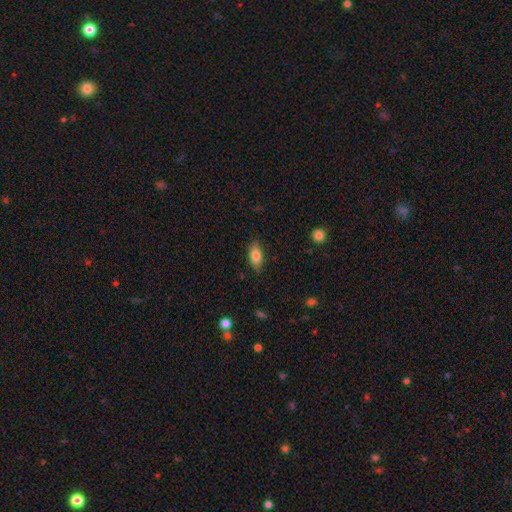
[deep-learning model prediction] The model was most divided on "smooth or featured": smooth: 80%, featured or disk: 13%, star or artifact: 7%. More confident: how rounded — in between (84%); merging — none (84%).